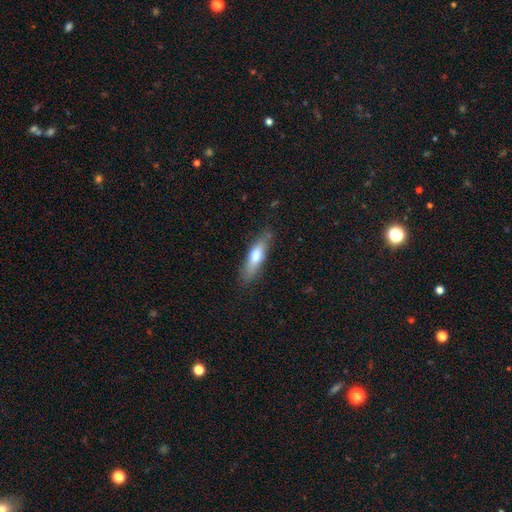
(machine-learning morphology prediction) type=smooth (68%); roundness=cigar-shaped (61%); merging=none (78%).